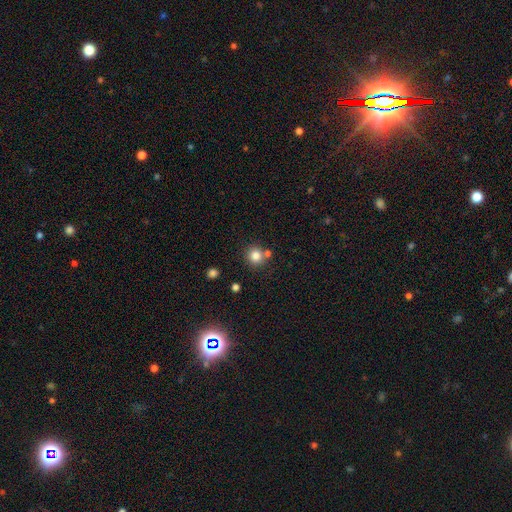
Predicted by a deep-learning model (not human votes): Smooth or featured? smooth (82%)
How rounded? round (92%)
Merging? none (73%)